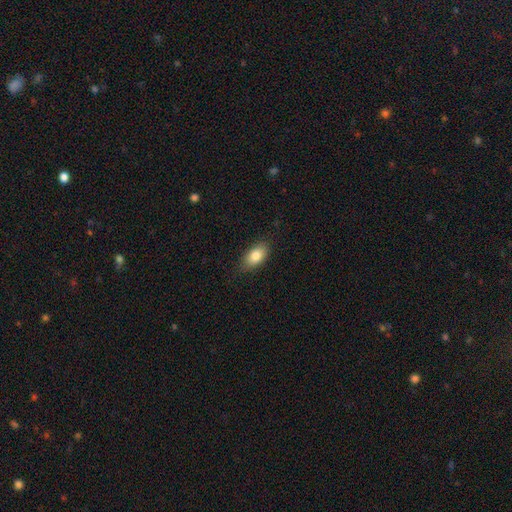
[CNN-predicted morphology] Smooth or featured?
  - smooth: 82% *
  - featured or disk: 11%
  - star or artifact: 7%
How rounded?
  - in between: 90% *
  - round: 7%
  - cigar-shaped: 4%
Merging?
  - none: 82% *
  - minor disturbance: 14%
  - major disturbance: 3%
  - merger: 1%